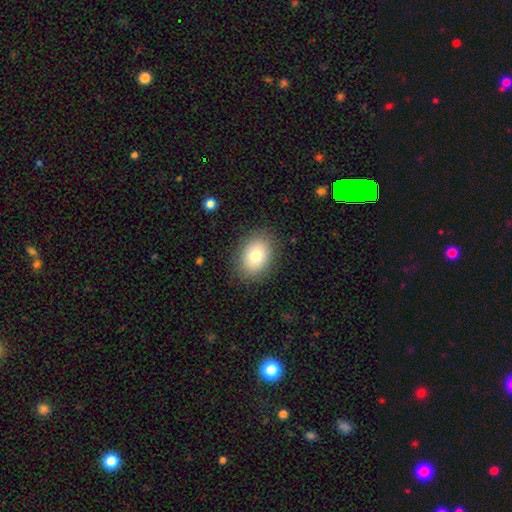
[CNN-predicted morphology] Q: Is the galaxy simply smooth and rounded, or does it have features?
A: smooth — 78%.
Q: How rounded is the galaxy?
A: in between — 68%.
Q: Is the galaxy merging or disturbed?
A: none — 86%.